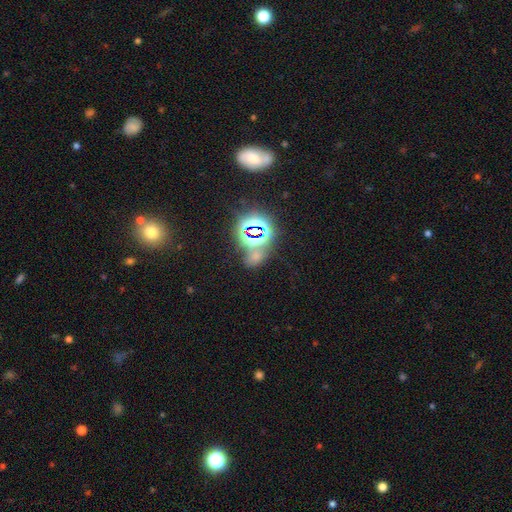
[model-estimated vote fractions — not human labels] Smooth or featured?
  - star or artifact: 60% *
  - smooth: 32%
  - featured or disk: 8%